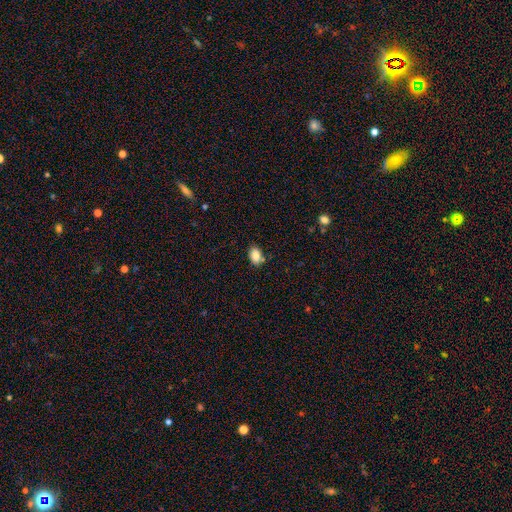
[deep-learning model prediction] A smooth galaxy with no disk features (86%) that is in between round and cigar-shaped (85%). Merging: none (76%).